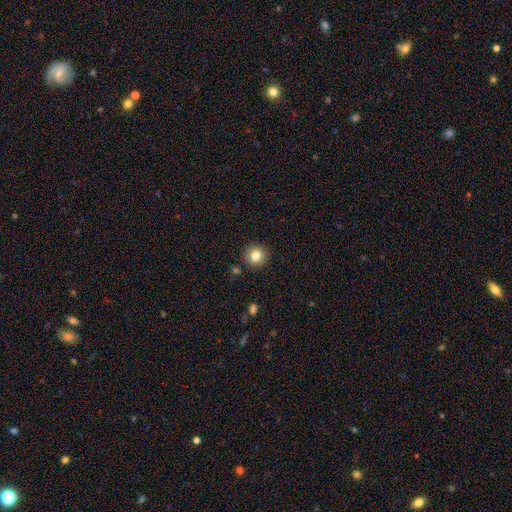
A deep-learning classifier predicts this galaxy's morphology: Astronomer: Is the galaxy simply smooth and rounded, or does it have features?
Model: smooth — 82%.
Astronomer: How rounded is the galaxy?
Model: round — 92%.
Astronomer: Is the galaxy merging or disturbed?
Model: none — 89%.